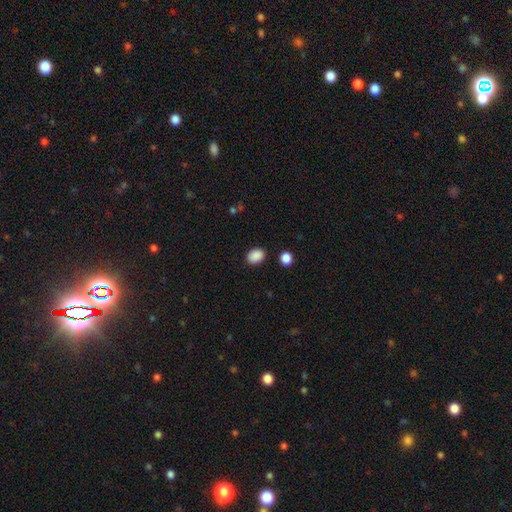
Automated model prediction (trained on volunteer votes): Smooth or featured?
  - smooth: 89% *
  - star or artifact: 8%
  - featured or disk: 3%
How rounded?
  - in between: 67% *
  - round: 32%
  - cigar-shaped: 1%
Merging?
  - none: 87% *
  - minor disturbance: 8%
  - major disturbance: 2%
  - merger: 2%